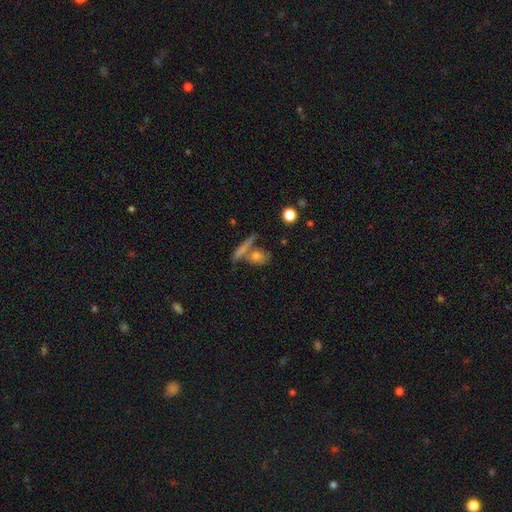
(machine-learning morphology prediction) This is possibly a smooth galaxy (59%). How rounded: marginally round (38%). Merging: possibly none (57%).